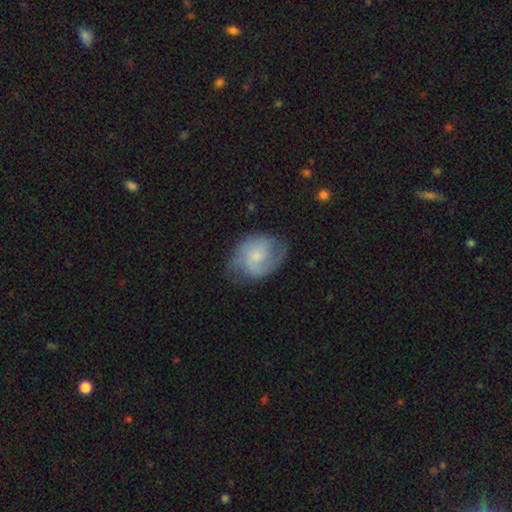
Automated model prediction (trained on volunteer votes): Smooth or featured?
  - featured or disk: 67% *
  - smooth: 26%
  - star or artifact: 7%
Edge-on disk?
  - no: 97% *
  - yes: 3%
Bar?
  - no: 63% *
  - weak: 32%
  - strong: 5%
Spiral arms?
  - yes: 91% *
  - no: 9%
Spiral winding?
  - medium: 46% *
  - tight: 33%
  - loose: 22%
Spiral arm count?
  - 2: 67% *
  - can't tell: 16%
  - 1: 7%
  - 3: 7%
  - 4: 2%
  - more than 4: 2%
Bulge size?
  - small: 52% *
  - moderate: 31%
  - none: 12%
  - large: 4%
  - dominant: 1%
Merging?
  - none: 65% *
  - minor disturbance: 24%
  - major disturbance: 10%
  - merger: 1%